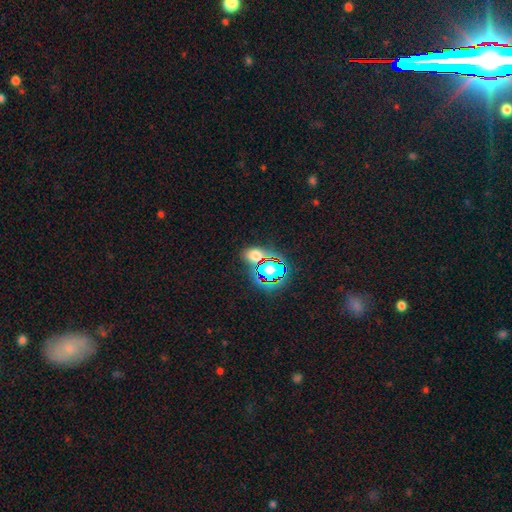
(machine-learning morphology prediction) This is possibly a smooth galaxy (51%). How rounded: possibly in between (50%). Merging: likely none (69%).